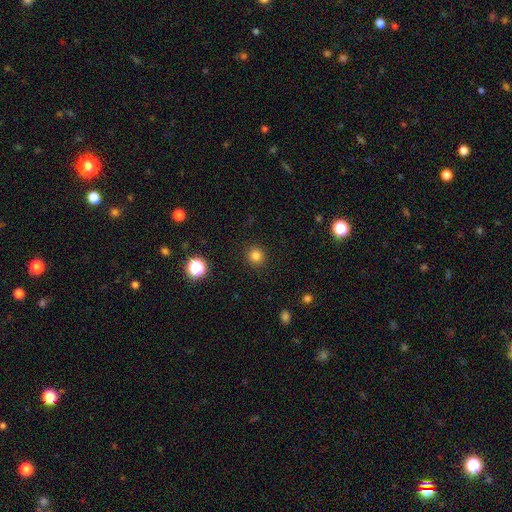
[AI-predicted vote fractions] smooth_or_featured: smooth (p=0.82) [alt: star or artifact p=0.14]
how_rounded: round (p=0.93) [alt: in between p=0.06]
merging: none (p=0.91) [alt: minor disturbance p=0.06]